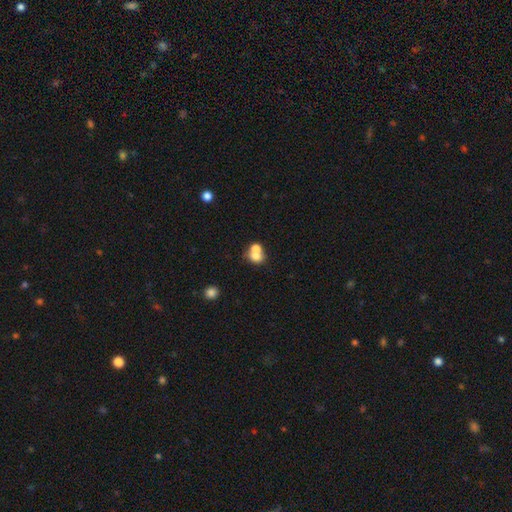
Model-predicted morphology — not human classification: This appears to be a smooth galaxy with no disk features (70%) that is round (63%). Merging: merger (62%).